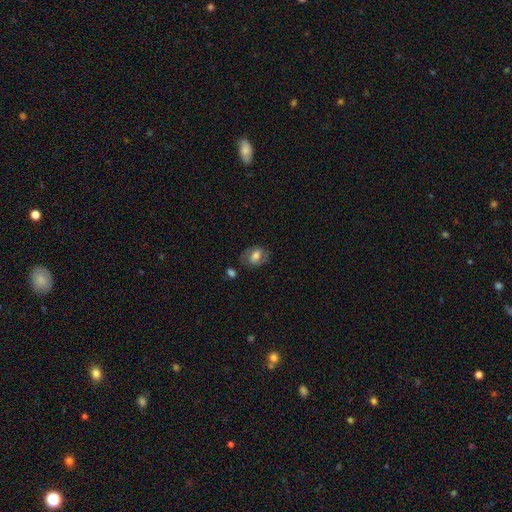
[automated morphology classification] Smooth or featured? Predicted: smooth (p=0.54). How rounded? Predicted: in between (p=0.75). Merging? Predicted: none (p=0.67).